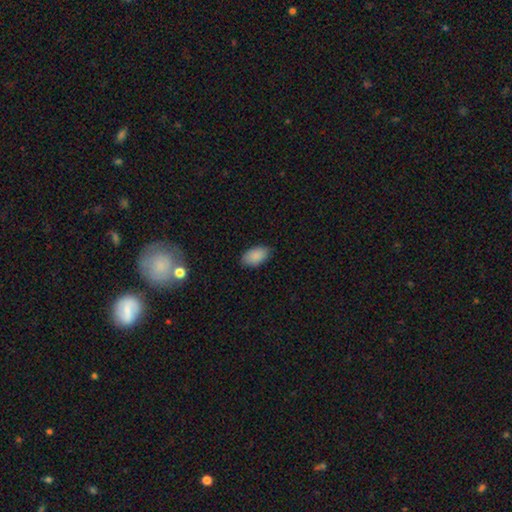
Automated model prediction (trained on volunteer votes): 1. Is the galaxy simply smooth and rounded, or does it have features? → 89% smooth, 7% star or artifact, 4% featured or disk.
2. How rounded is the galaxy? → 94% in between, 4% round, 2% cigar-shaped.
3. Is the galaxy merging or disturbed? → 86% none, 11% minor disturbance, 2% major disturbance, 1% merger.